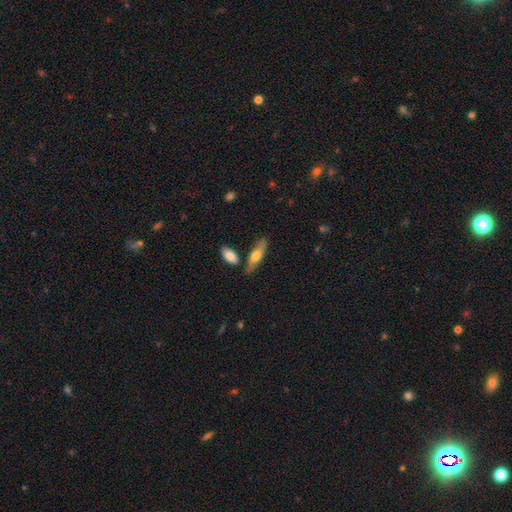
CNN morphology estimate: The model was most divided on "how rounded": cigar-shaped: 49%, in between: 48%, round: 3%. More confident: merging — none (69%); smooth or featured — smooth (58%).